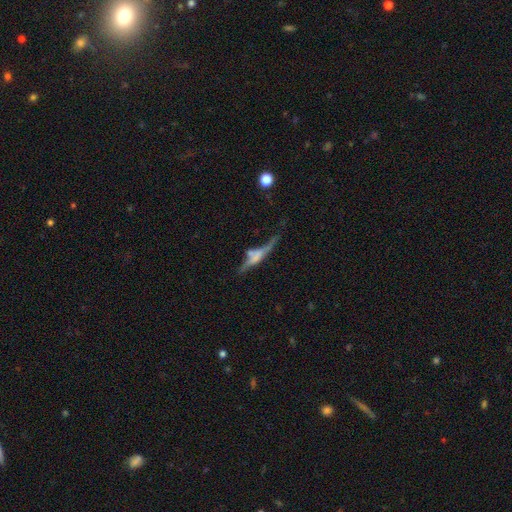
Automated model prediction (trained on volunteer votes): Smooth or featured? featured or disk (62%)
Edge-on disk? yes (88%)
Edge-on bulge? rounded (49%)
Merging? none (48%)